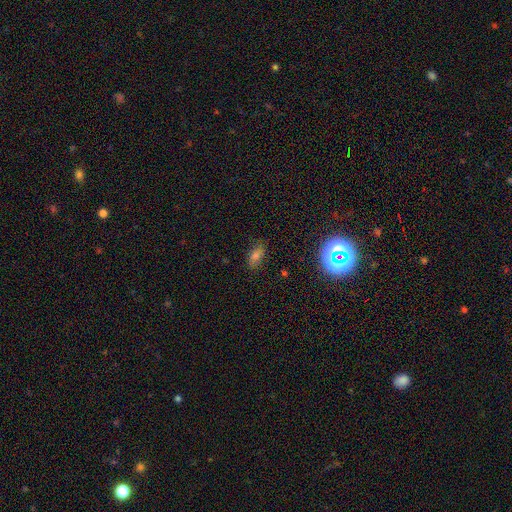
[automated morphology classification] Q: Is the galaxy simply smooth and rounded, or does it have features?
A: smooth — 68%.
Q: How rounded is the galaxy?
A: in between — 86%.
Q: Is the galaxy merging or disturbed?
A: none — 81%.